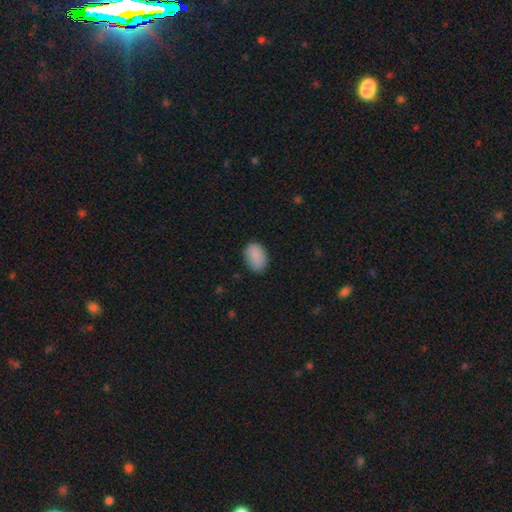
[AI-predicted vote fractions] A smooth galaxy with no disk features (89%) that is in between round and cigar-shaped (83%).

Vote fractions:
- Smooth or featured? smooth: 89% / star or artifact: 7% / featured or disk: 5%
- How rounded? in between: 83% / round: 16% / cigar-shaped: 1%
- Merging? none: 82% / minor disturbance: 14% / major disturbance: 3% / merger: 1%